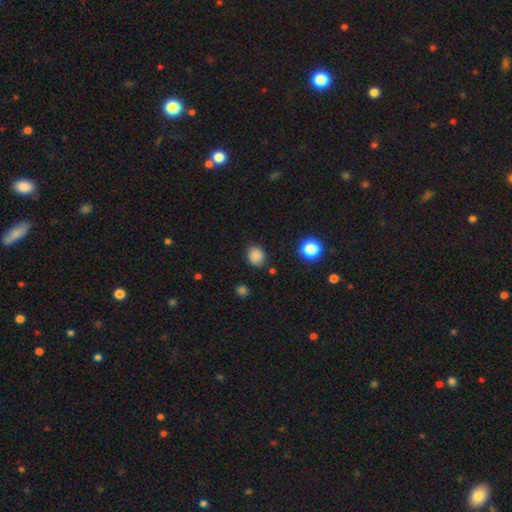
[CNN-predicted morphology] Smooth or featured: smooth — 85% (star or artifact — 12%)
How rounded: round — 65% (in between — 34%)
Merging: none — 83% (minor disturbance — 12%)